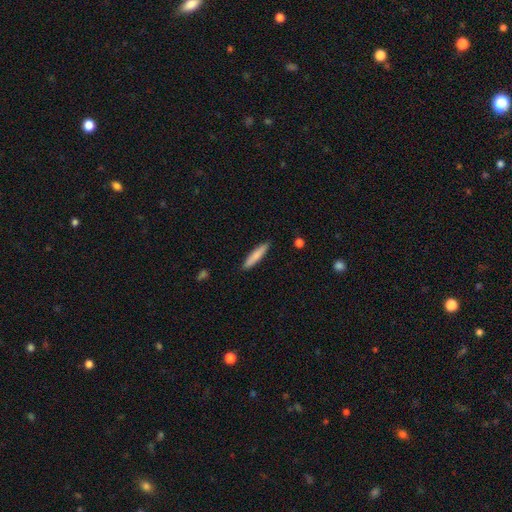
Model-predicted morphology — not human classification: type=smooth (81%); roundness=cigar-shaped (88%); merging=none (90%).